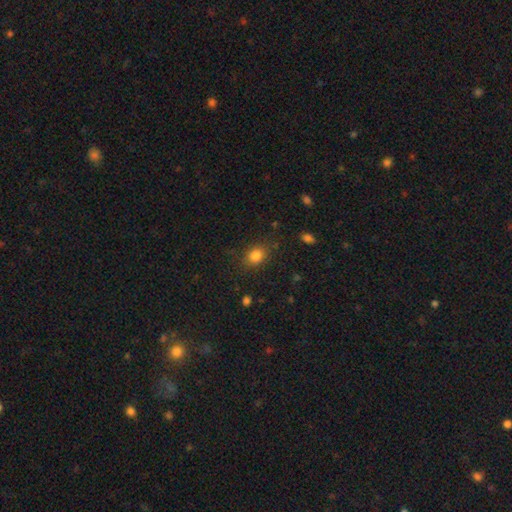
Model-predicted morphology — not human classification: The model was most divided on "how rounded": in between: 50%, round: 49%, cigar-shaped: 1%. More confident: smooth or featured — smooth (83%); merging — none (81%).